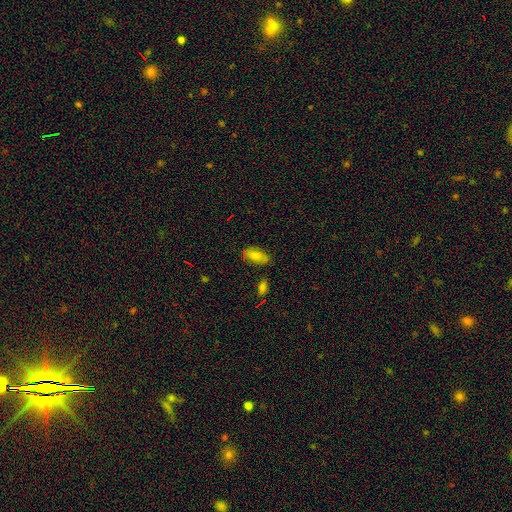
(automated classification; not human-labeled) smooth-or-featured: smooth: 72% | featured or disk: 17% | star or artifact: 11%
  how-rounded: in between: 91% | cigar-shaped: 5% | round: 5%
  merging: none: 75% | minor disturbance: 17% | major disturbance: 4% | merger: 4%